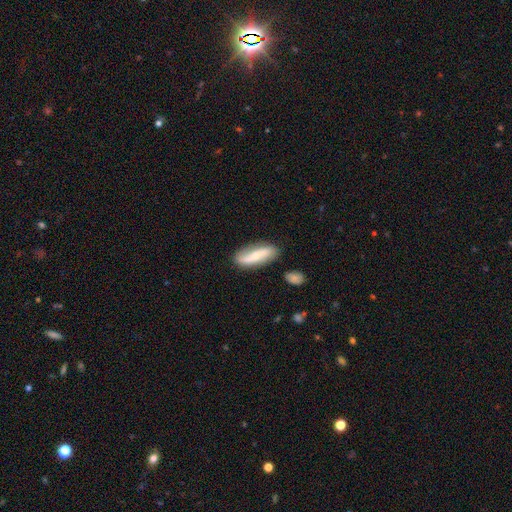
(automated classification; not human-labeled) Q: Smooth or featured?
A: smooth (48%); runner-up: featured or disk (46%)
Q: Merging?
A: none (79%); runner-up: minor disturbance (15%)